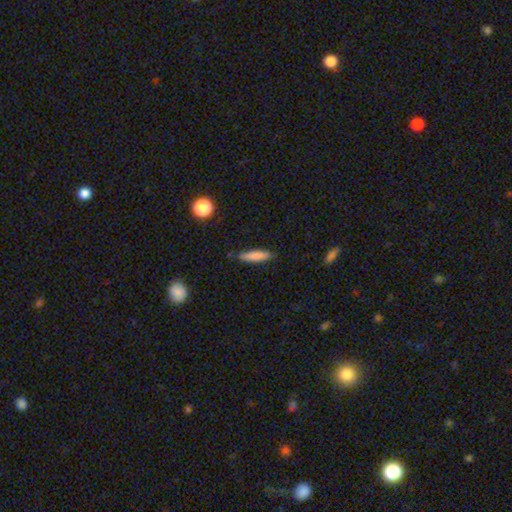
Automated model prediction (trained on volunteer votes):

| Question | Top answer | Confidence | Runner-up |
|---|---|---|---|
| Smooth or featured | smooth | 81% | featured or disk (11%) |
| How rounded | cigar-shaped | 79% | in between (19%) |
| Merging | none | 84% | minor disturbance (12%) |